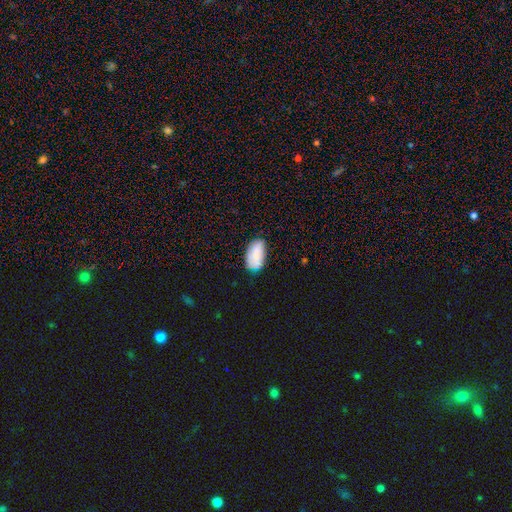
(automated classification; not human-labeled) Q: Smooth or featured?
A: smooth (77%); runner-up: featured or disk (16%)
Q: How rounded?
A: in between (94%); runner-up: round (4%)
Q: Merging?
A: none (65%); runner-up: minor disturbance (27%)